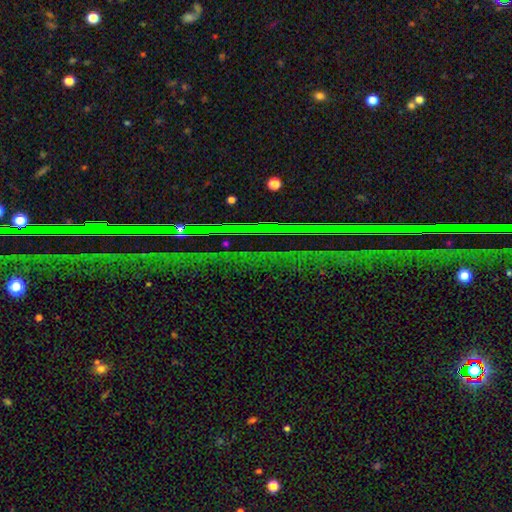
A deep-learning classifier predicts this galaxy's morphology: smooth-or-featured: star or artifact: 84% | featured or disk: 9% | smooth: 7%